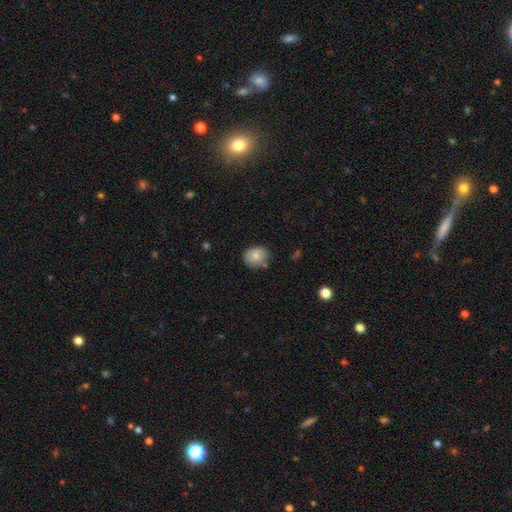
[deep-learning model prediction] This is clearly a smooth galaxy (80%). How rounded: possibly round (60%). Merging: likely none (75%).